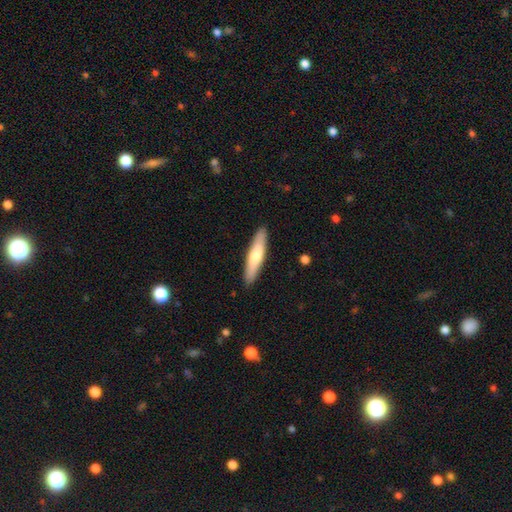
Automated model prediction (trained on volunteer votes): smooth_or_featured: smooth (p=0.66) [alt: featured or disk p=0.29]
how_rounded: cigar-shaped (p=0.81) [alt: in between p=0.17]
merging: none (p=0.90) [alt: minor disturbance p=0.08]